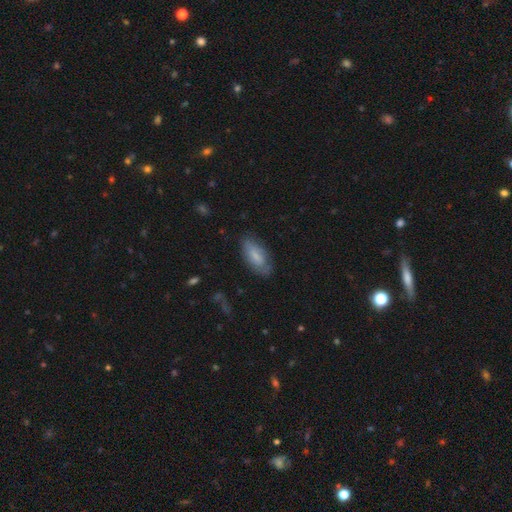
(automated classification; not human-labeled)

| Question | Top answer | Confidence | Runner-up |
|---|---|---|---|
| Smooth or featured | smooth | 68% | featured or disk (25%) |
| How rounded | in between | 85% | cigar-shaped (12%) |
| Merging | none | 71% | minor disturbance (21%) |